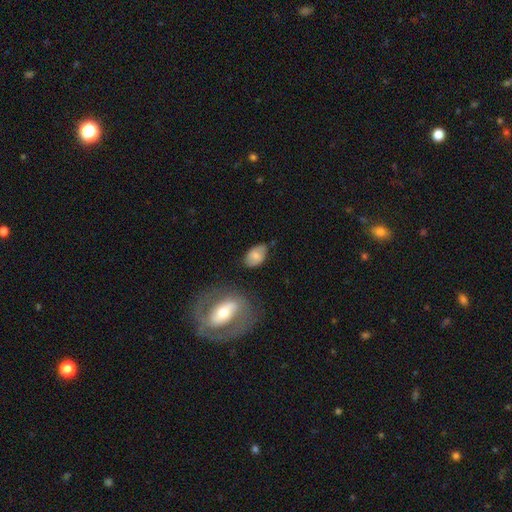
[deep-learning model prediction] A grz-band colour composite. It shows a smooth galaxy with no disk features (71%) that is in between round and cigar-shaped (88%). Merging: none (72%).